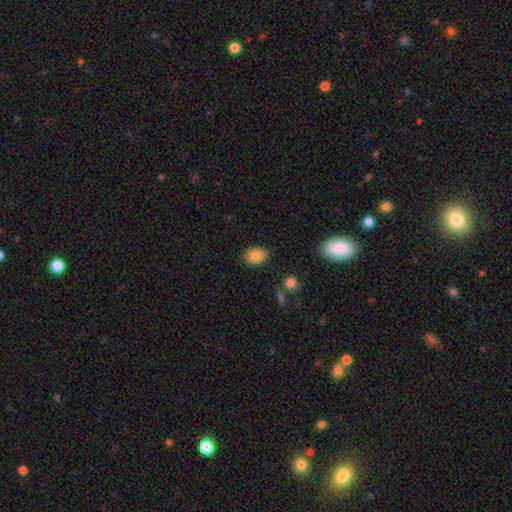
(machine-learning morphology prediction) The model was most divided on "how rounded": in between: 70%, round: 29%, cigar-shaped: 1%. More confident: merging — none (84%); smooth or featured — smooth (83%).